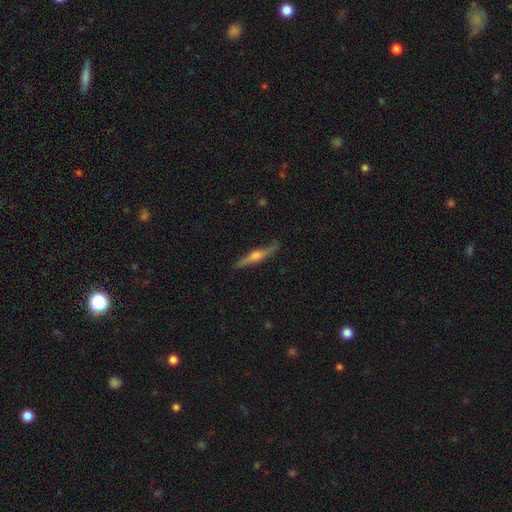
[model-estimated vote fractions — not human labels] The model was most divided on "smooth or featured": featured or disk: 73%, smooth: 22%, star or artifact: 6%. More confident: edge-on disk — yes (96%); edge-on bulge — rounded (89%); merging — none (85%).